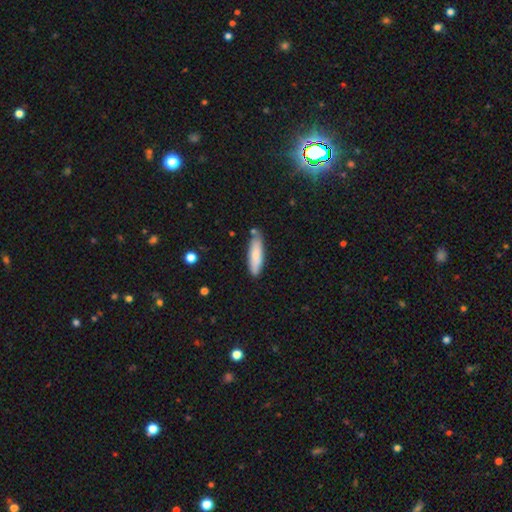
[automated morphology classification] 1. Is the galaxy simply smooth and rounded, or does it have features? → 77% smooth, 17% featured or disk, 6% star or artifact.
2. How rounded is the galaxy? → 68% cigar-shaped, 30% in between, 1% round.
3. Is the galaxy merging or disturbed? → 75% none, 17% minor disturbance, 5% merger, 3% major disturbance.